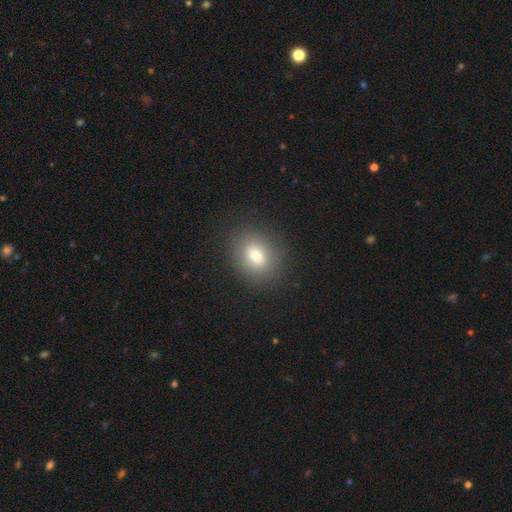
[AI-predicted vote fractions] The model was most divided on "how rounded" (2-way tie): in between: 49%, round: 49%, cigar-shaped: 1%. More confident: merging — none (85%); smooth or featured — smooth (77%).